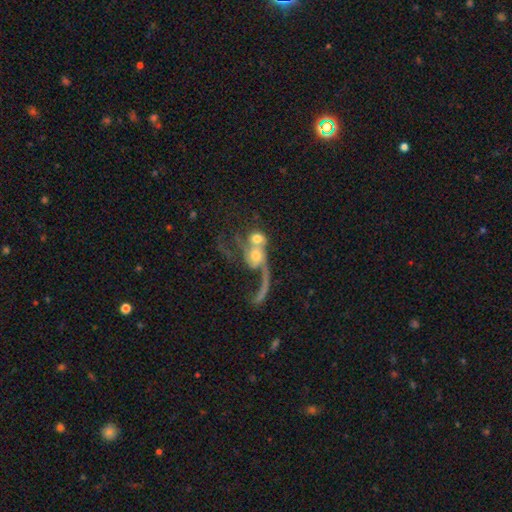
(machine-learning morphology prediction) The model was most divided on "bulge size": moderate: 46%, small: 22%, large: 20%, none: 7%, dominant: 5%. More confident: edge-on disk — no (94%); bar — no (74%); merging — merger (69%); spiral arms — yes (68%); smooth or featured — featured or disk (59%).